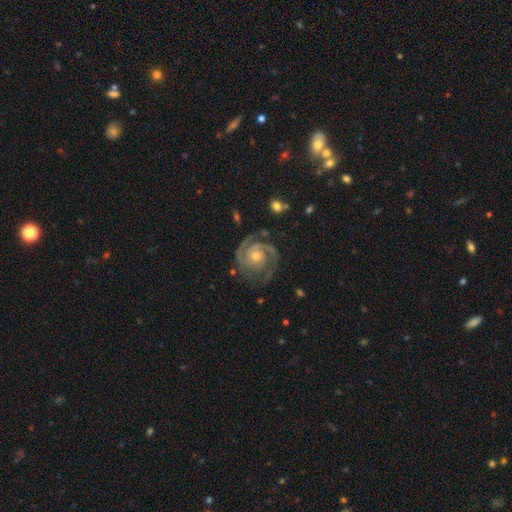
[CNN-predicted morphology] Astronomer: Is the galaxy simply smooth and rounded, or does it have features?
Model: featured or disk — 93%.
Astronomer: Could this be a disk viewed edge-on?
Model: no — 98%.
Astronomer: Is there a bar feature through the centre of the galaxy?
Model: no — 74%.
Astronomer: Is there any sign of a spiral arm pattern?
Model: yes — 99%.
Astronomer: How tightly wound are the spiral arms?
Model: tight — 69%.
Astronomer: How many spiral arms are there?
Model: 2 — 66%.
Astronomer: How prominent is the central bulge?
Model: moderate — 50% (runner-up: small, 46%).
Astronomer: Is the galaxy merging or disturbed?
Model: none — 80%.